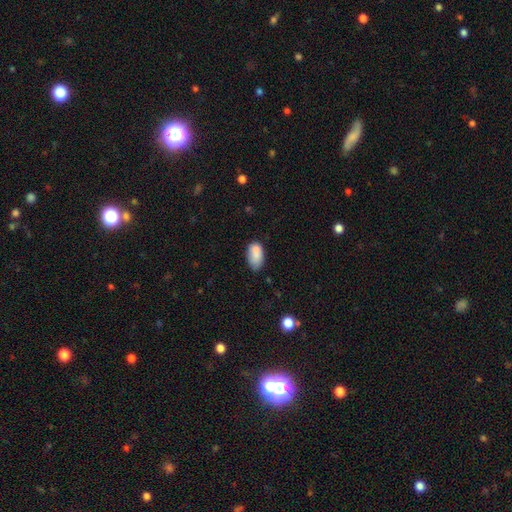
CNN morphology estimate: This appears to be a smooth galaxy with no disk features (78%) that is in between round and cigar-shaped (91%). Merging: none (46%).